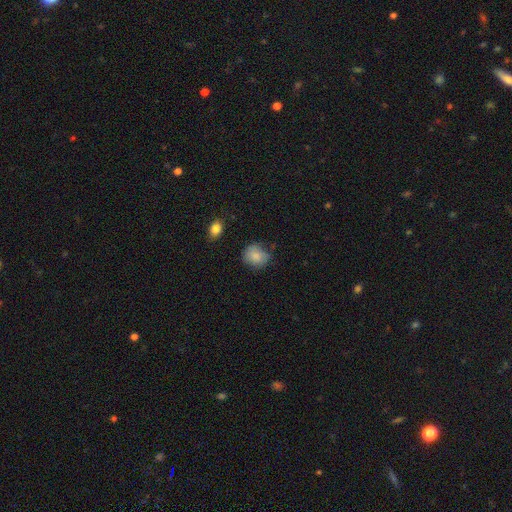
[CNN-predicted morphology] A smooth galaxy with no disk features (82%) that is round (73%).

Vote fractions:
- Smooth or featured? smooth: 82% / featured or disk: 10% / star or artifact: 8%
- How rounded? round: 73% / in between: 26% / cigar-shaped: 1%
- Merging? none: 62% / minor disturbance: 28% / major disturbance: 7% / merger: 2%